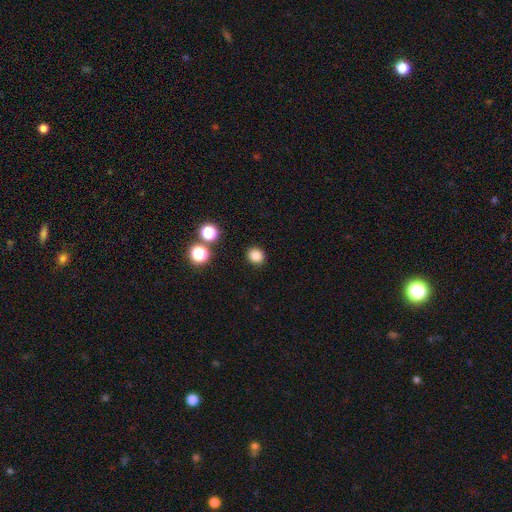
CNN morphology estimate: The model was most divided on "how rounded": round: 80%, in between: 19%, cigar-shaped: 1%. More confident: merging — none (90%); smooth or featured — smooth (83%).